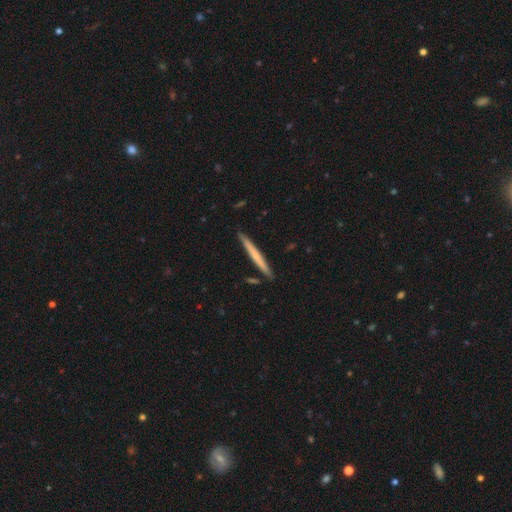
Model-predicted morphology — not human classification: Overall: featured or disk (49%; smooth 46%). Merging: none (90%).